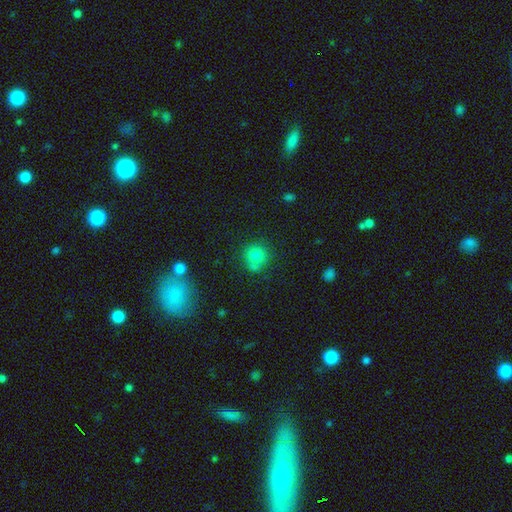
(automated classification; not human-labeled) Q: Smooth or featured?
A: smooth (80%); runner-up: star or artifact (12%)
Q: How rounded?
A: round (87%); runner-up: in between (12%)
Q: Merging?
A: none (65%); runner-up: minor disturbance (16%)